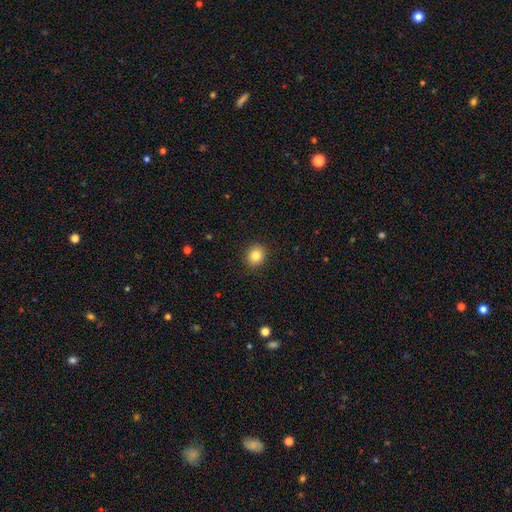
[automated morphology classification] Smooth or featured? smooth (84%)
How rounded? round (80%)
Merging? none (91%)